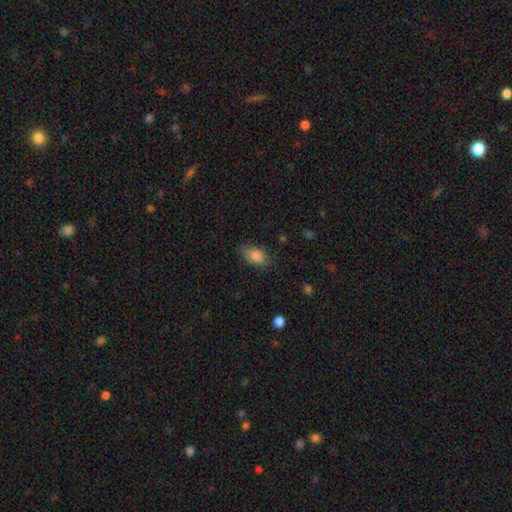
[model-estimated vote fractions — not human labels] The model was most divided on "merging": none: 77%, minor disturbance: 18%, major disturbance: 4%, merger: 1%. More confident: how rounded — in between (89%); smooth or featured — smooth (85%).